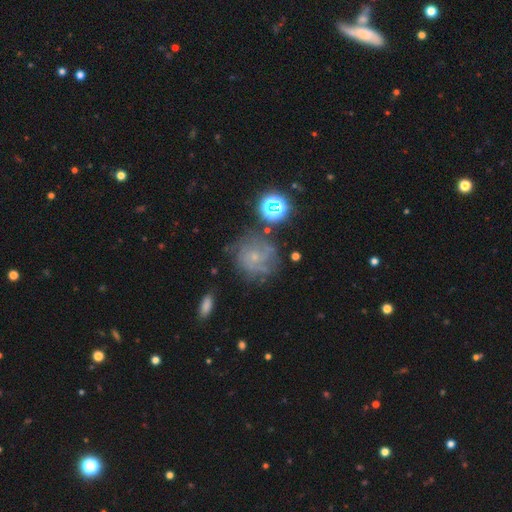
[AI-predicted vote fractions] The model was most divided on "smooth or featured": featured or disk: 56%, smooth: 26%, star or artifact: 19%. More confident: edge-on disk — no (97%); spiral arms — yes (79%); bar — no (78%); bulge size — small (76%); merging — none (64%).